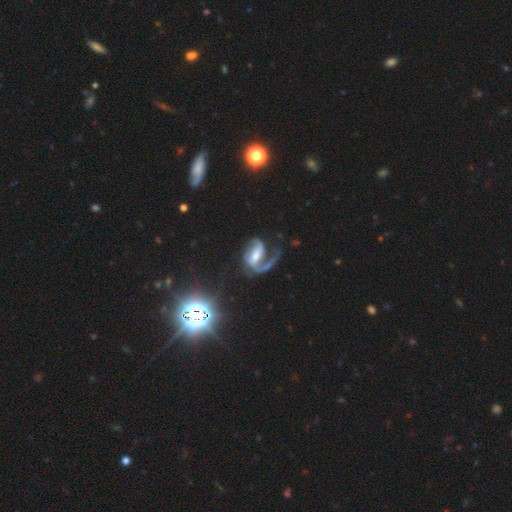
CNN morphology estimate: Overall: featured or disk (85%). Edge-on disk: no (97%). Bar: strong (47%; weak 37%). Spiral arms: yes (96%). Spiral arm count: 2 (55%; 1 38%). Spiral winding: medium (48%; loose 34%). Bulge size: moderate (45%; small 36%). Merging: none (42%; major disturbance 37%).